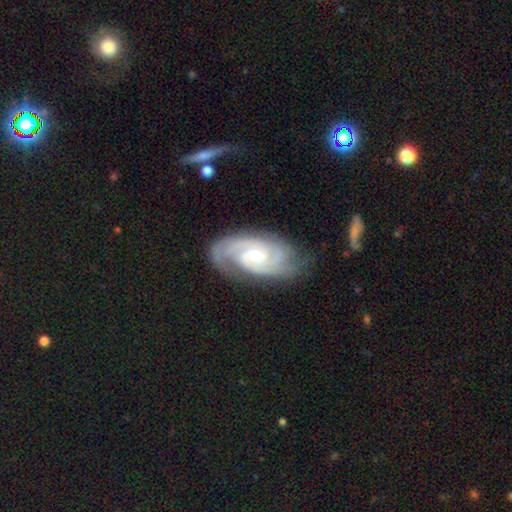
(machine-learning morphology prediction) Q: Smooth or featured?
A: featured or disk (91%); runner-up: smooth (5%)
Q: Edge-on disk?
A: no (96%); runner-up: yes (4%)
Q: Bar?
A: no (60%); runner-up: weak (32%)
Q: Spiral arms?
A: yes (98%); runner-up: no (2%)
Q: Spiral winding?
A: tight (65%); runner-up: medium (30%)
Q: Spiral arm count?
A: 2 (42%); runner-up: 3 (32%)
Q: Bulge size?
A: moderate (52%); runner-up: small (45%)
Q: Merging?
A: none (77%); runner-up: minor disturbance (17%)